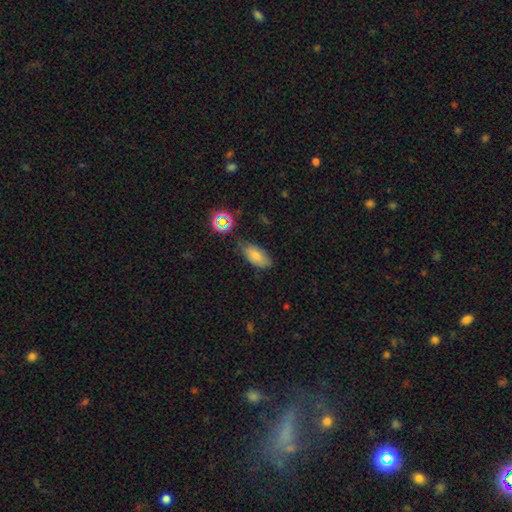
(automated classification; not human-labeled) A smooth galaxy with no disk features (77%) that is in between round and cigar-shaped (91%). Merging: none (67%).